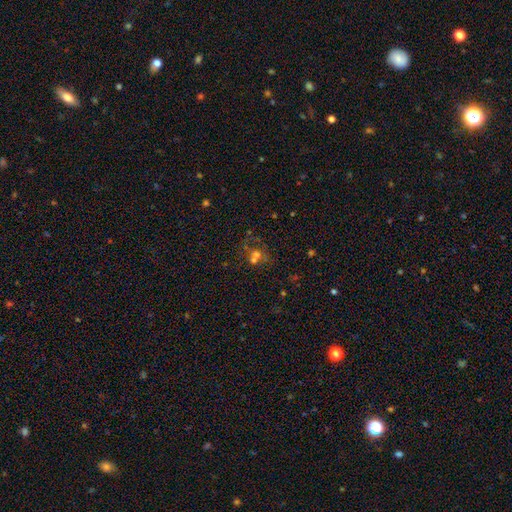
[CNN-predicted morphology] Smooth or featured?
  - smooth: 41% *
  - featured or disk: 30%
  - star or artifact: 29%
Merging?
  - merger: 45% *
  - none: 35%
  - major disturbance: 11%
  - minor disturbance: 10%